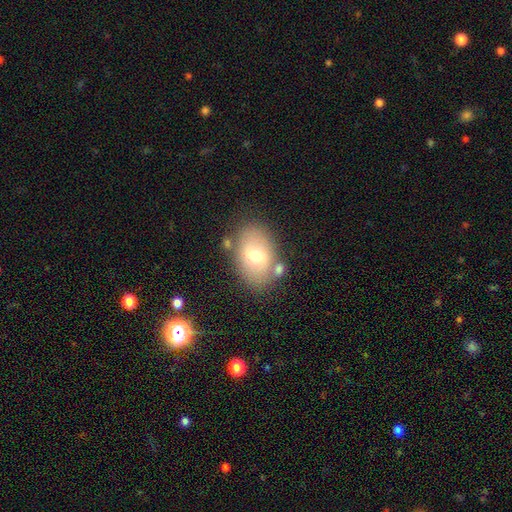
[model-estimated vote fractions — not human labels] This is likely a smooth galaxy (62%). How rounded: clearly in between (82%). Merging: likely none (70%).